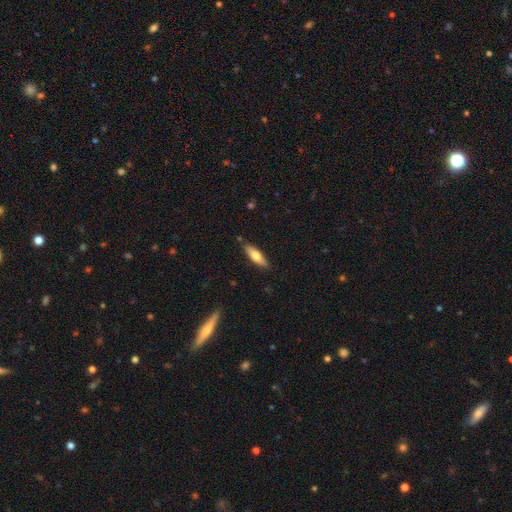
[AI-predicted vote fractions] Smooth or featured: smooth — 66% (featured or disk — 29%)
How rounded: cigar-shaped — 52% (in between — 46%)
Merging: none — 85% (minor disturbance — 11%)